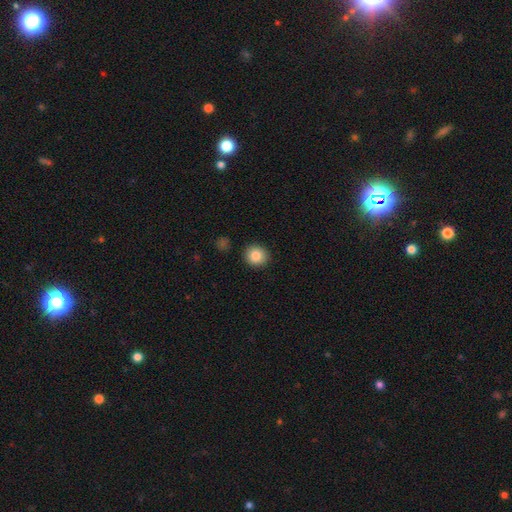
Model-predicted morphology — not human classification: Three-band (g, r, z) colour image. It shows a smooth galaxy with no disk features (86%) that is round (87%). Merging: none (91%).